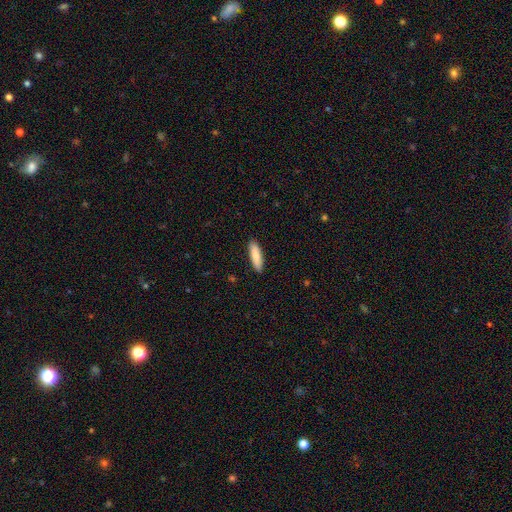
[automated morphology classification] Overall: smooth (81%). How rounded: cigar-shaped (64%; in between 34%). Merging: none (90%).